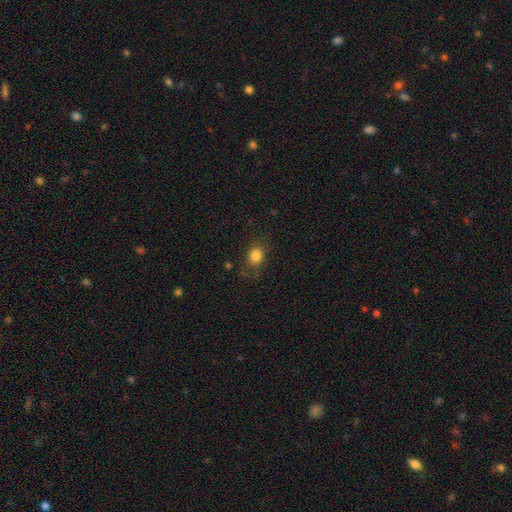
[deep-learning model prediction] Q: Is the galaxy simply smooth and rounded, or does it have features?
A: smooth — 82%.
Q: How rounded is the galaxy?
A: round — 56%.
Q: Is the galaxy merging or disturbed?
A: none — 75%.